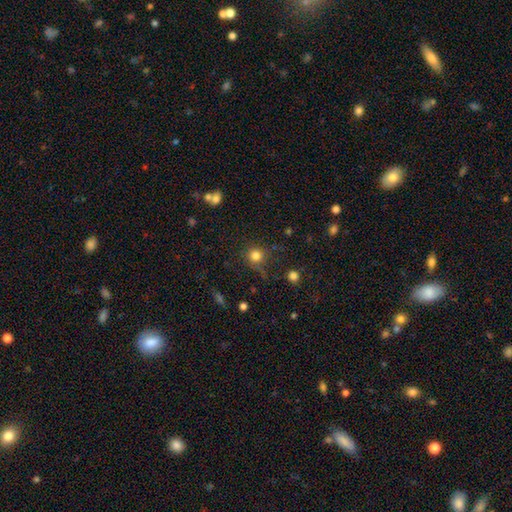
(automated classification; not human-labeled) Morphology: type=smooth (80%); roundness=round (93%); merging=none (75%).